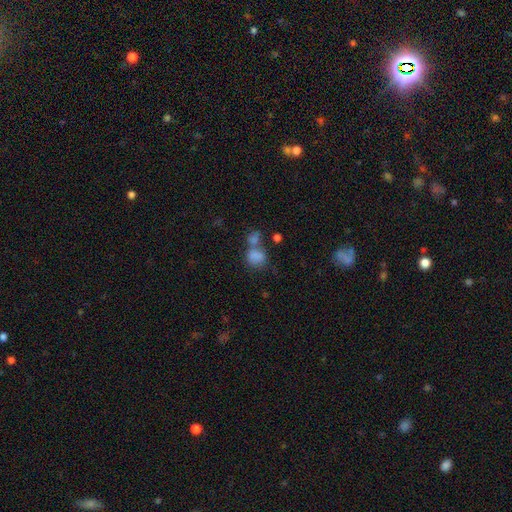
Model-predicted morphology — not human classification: The model was most divided on "how rounded": in between: 50%, round: 49%, cigar-shaped: 1%. More confident: smooth or featured — smooth (79%); merging — merger (52%).